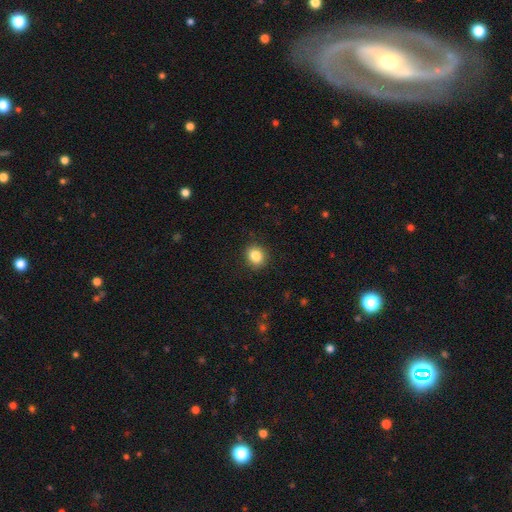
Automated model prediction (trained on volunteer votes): A smooth galaxy with no disk features (85%) that is round (67%). Merging: none (89%).